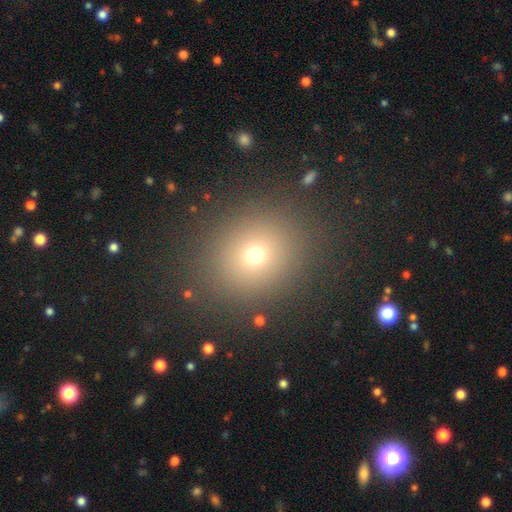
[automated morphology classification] Smooth or featured? Predicted: smooth (p=0.68). How rounded? Predicted: round (p=0.76). Merging? Predicted: none (p=0.86).